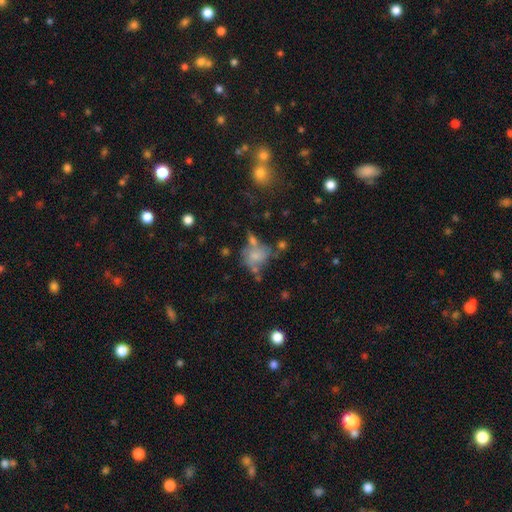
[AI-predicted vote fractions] A smooth galaxy with no disk features (57%) that is round (50%). Merging: none (36%).